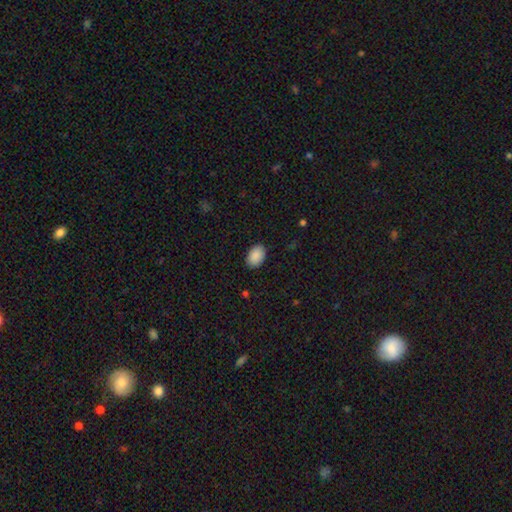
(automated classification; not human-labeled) Overall: smooth (90%). How rounded: in between (87%). Merging: none (89%).